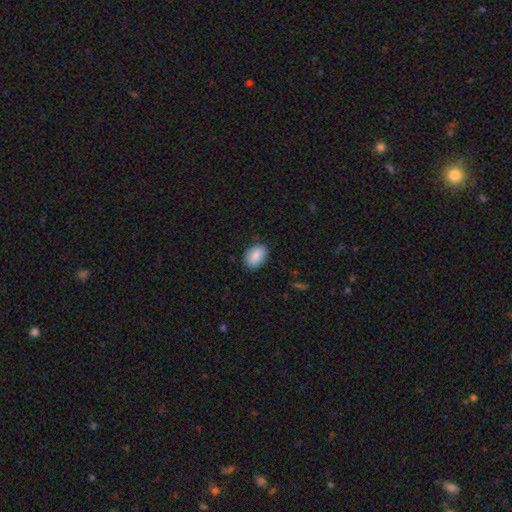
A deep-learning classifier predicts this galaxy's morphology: type=smooth (87%); roundness=in between (81%); merging=none (85%).